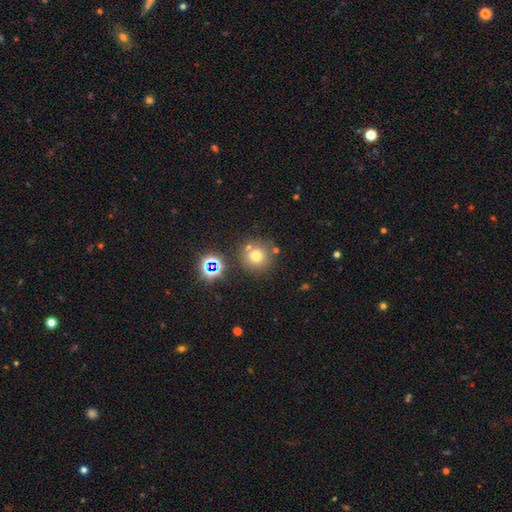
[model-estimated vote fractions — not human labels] smooth-or-featured: smooth: 70% | star or artifact: 19% | featured or disk: 11%
  how-rounded: round: 94% | in between: 5% | cigar-shaped: 1%
  merging: none: 77% | merger: 10% | minor disturbance: 9% | major disturbance: 3%